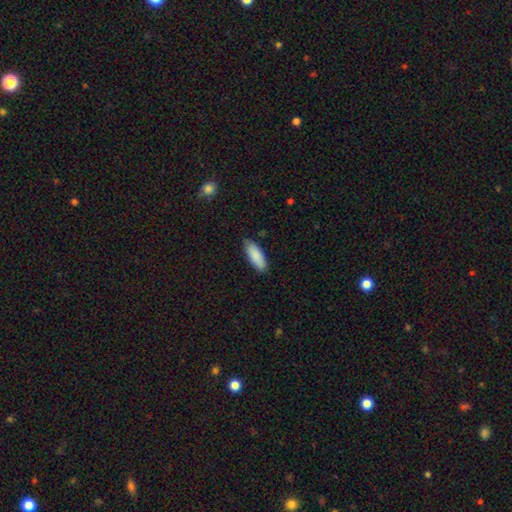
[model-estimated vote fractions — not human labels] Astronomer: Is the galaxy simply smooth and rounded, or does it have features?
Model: smooth — 89%.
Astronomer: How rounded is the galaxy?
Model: in between — 72%.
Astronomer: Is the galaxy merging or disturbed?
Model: none — 83%.